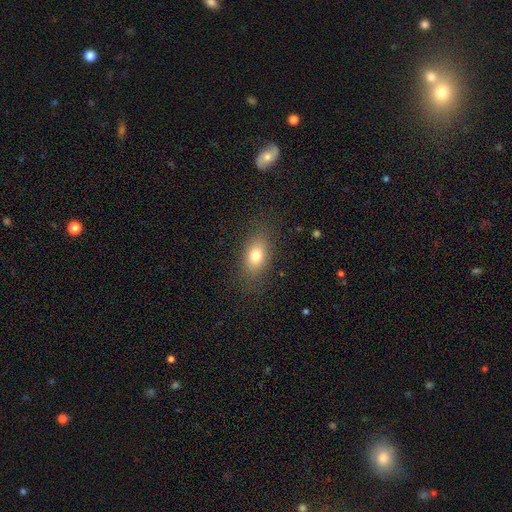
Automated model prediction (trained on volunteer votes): Smooth or featured? smooth (76%)
How rounded? in between (80%)
Merging? none (83%)